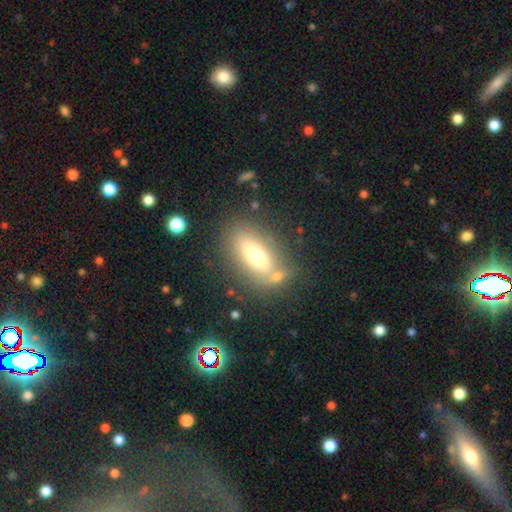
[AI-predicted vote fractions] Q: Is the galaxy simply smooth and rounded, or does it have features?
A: smooth — 61%.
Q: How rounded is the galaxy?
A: in between — 75%.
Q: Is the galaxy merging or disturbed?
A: none — 69%.